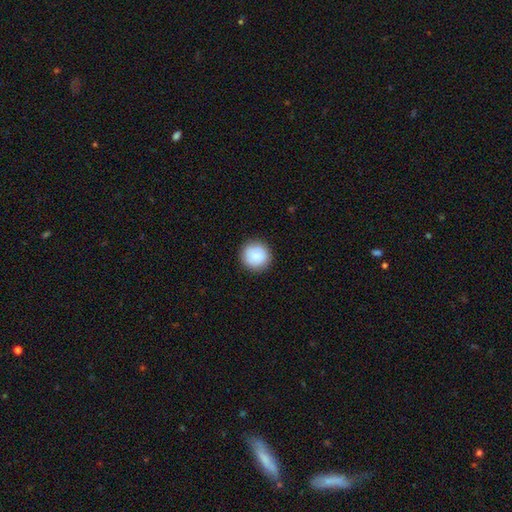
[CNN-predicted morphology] smooth-or-featured: smooth: 82% | featured or disk: 11% | star or artifact: 7%
  how-rounded: round: 93% | in between: 6% | cigar-shaped: 1%
  merging: none: 89% | minor disturbance: 7% | major disturbance: 2% | merger: 1%